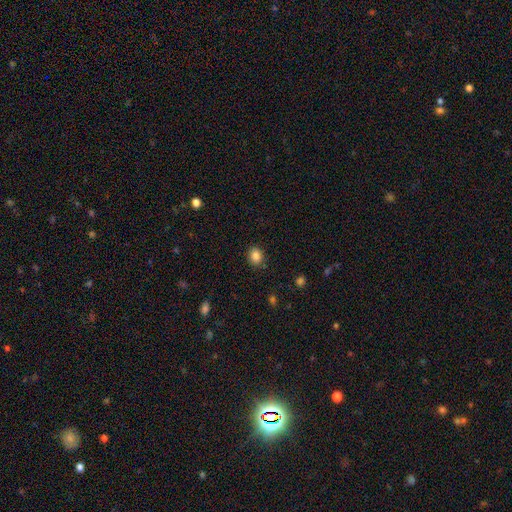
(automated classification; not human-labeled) Smooth or featured: smooth — 85% (star or artifact — 10%)
How rounded: round — 64% (in between — 36%)
Merging: none — 87% (minor disturbance — 9%)